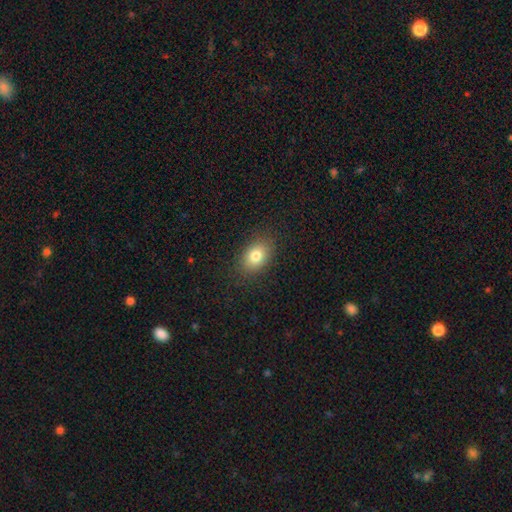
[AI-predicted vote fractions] Smooth or featured? Predicted: smooth (p=0.79). How rounded? Predicted: in between (p=0.79). Merging? Predicted: none (p=0.86).